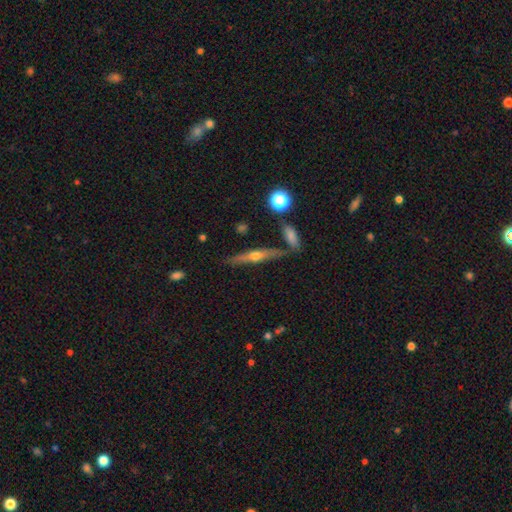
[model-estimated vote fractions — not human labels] smooth-or-featured: featured or disk: 63% | smooth: 29% | star or artifact: 8%
  disk-edge-on: yes: 94% | no: 6%
    edge-on-bulge: rounded: 88% | none: 8% | boxy: 4%
  merging: none: 79% | minor disturbance: 11% | merger: 7% | major disturbance: 3%